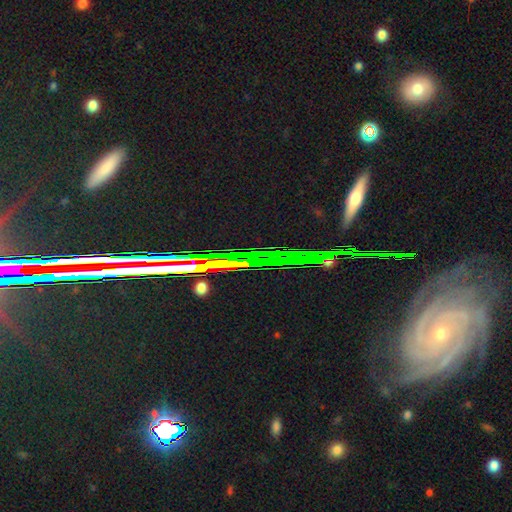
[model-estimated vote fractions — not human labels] This appears to be a featured or disk galaxy (44%). Merging: none (81%).